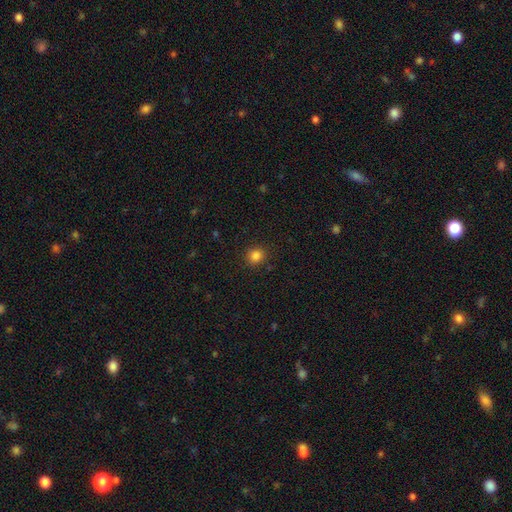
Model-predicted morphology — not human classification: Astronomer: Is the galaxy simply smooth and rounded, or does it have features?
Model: smooth — 84%.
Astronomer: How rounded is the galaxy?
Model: round — 90%.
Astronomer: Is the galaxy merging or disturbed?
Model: none — 90%.